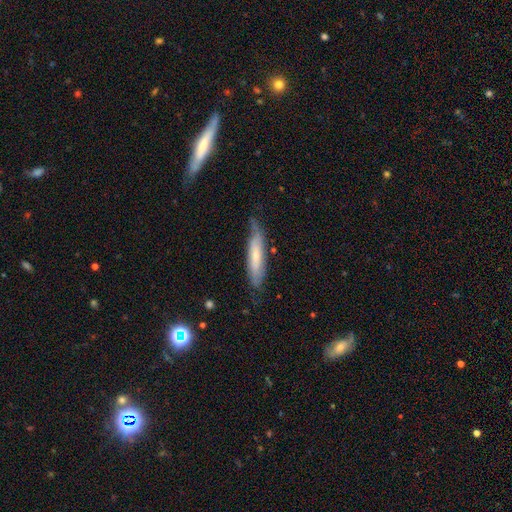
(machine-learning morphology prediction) This is possibly a smooth galaxy (47%). Merging: likely none (65%).